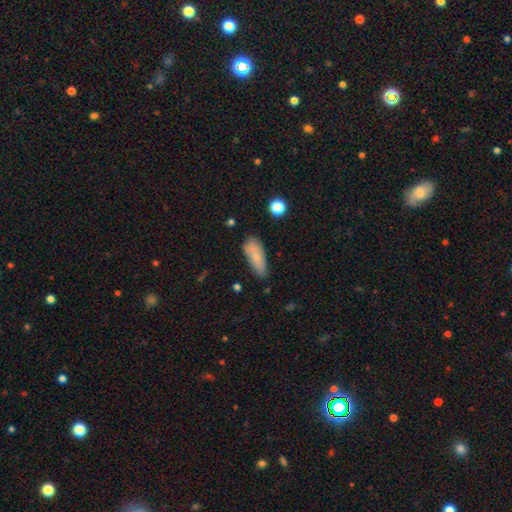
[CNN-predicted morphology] A smooth galaxy with no disk features (80%) that is in between round and cigar-shaped (70%). Merging: none (66%).